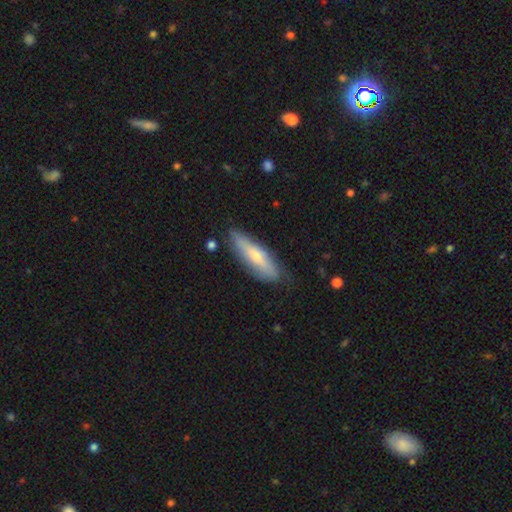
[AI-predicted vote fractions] Overall: smooth (55%; featured or disk 38%). How rounded: cigar-shaped (61%; in between 37%). Merging: none (75%).